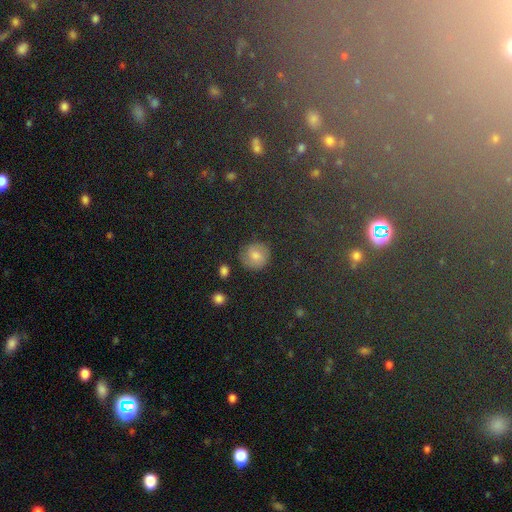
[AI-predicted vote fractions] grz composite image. It shows a smooth galaxy with no disk features (69%) that is round (86%). Merging: none (80%).